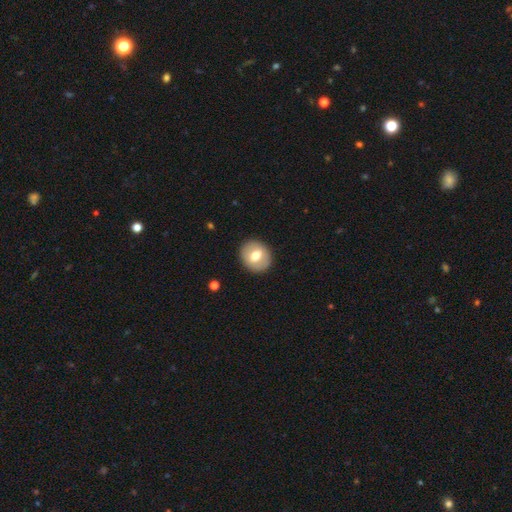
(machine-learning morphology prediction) A smooth galaxy with no disk features (63%) that is round (73%). Merging: none (89%).